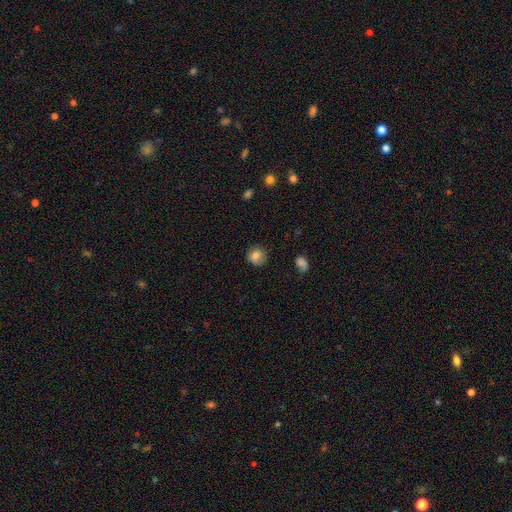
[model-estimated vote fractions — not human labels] Smooth or featured? Predicted: smooth (p=0.78). How rounded? Predicted: round (p=0.86). Merging? Predicted: none (p=0.81).